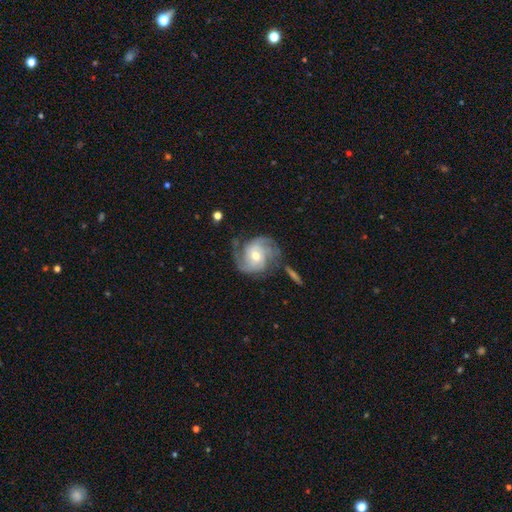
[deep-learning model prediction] This is clearly a featured or disk galaxy (88%). It is clearly not viewed edge-on (98%). Bar: possibly no (51%). Spiral arm pattern: clearly yes (97%). Spiral arm count: possibly 2 (47%). Spiral winding: marginally tight (44%). Central bulge: possibly moderate (60%). Merging: likely none (64%).